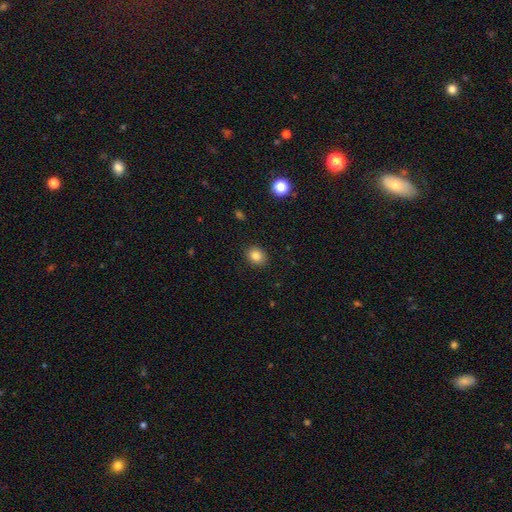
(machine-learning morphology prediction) Smooth or featured? Predicted: smooth (p=0.84). How rounded? Predicted: round (p=0.58). Merging? Predicted: none (p=0.89).